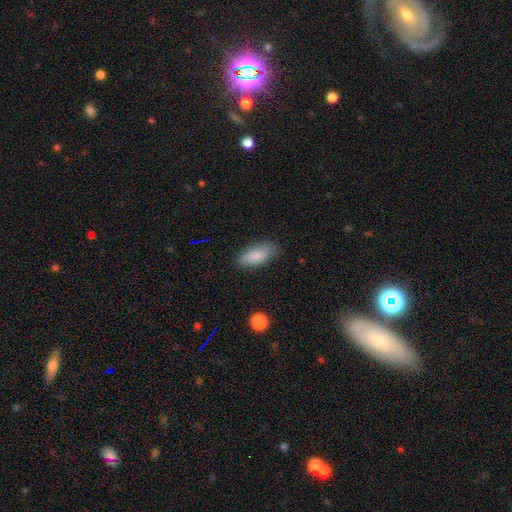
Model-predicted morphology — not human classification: Smooth or featured: smooth — 86% (featured or disk — 7%)
How rounded: in between — 85% (cigar-shaped — 13%)
Merging: none — 84% (minor disturbance — 12%)